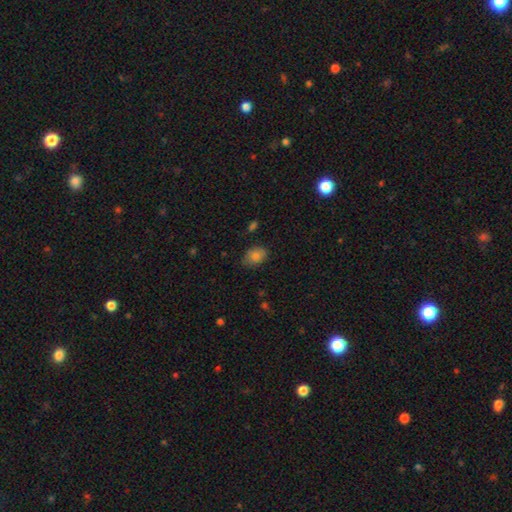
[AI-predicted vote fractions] This is clearly a smooth galaxy (81%). How rounded: likely in between (78%). Merging: likely none (74%).